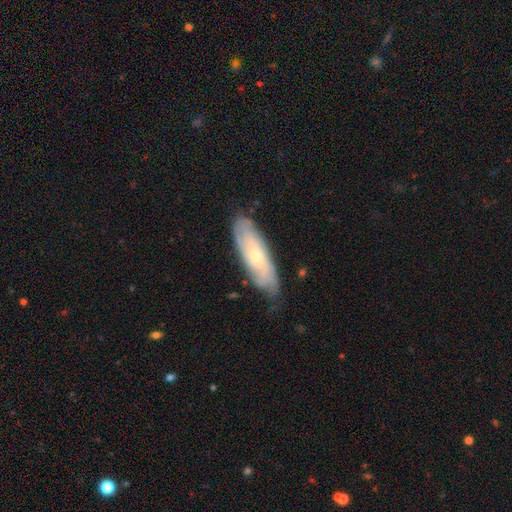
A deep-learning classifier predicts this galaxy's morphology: A featured or disk galaxy (63%). Merging: none (72%).